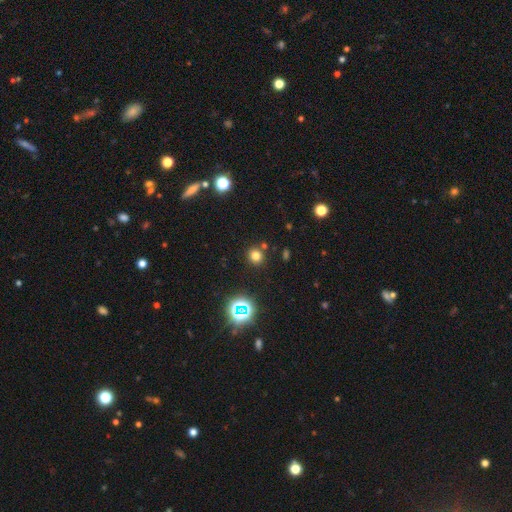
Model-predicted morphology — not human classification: smooth_or_featured: smooth (p=0.73) [alt: star or artifact p=0.21]
how_rounded: round (p=0.89) [alt: in between p=0.10]
merging: none (p=0.84) [alt: minor disturbance p=0.07]